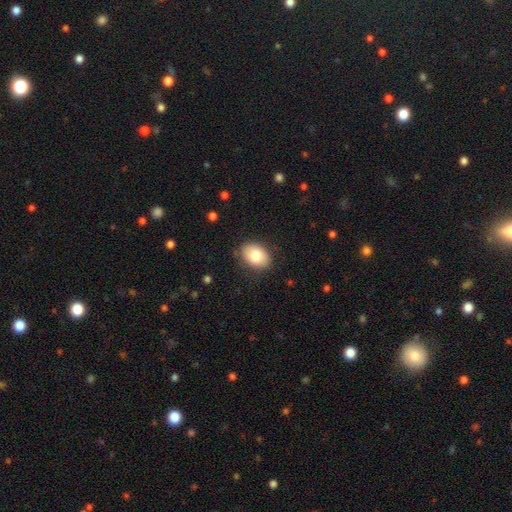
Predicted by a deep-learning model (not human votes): smooth-or-featured: smooth: 79% | featured or disk: 13% | star or artifact: 8%
  how-rounded: in between: 76% | round: 23% | cigar-shaped: 1%
  merging: none: 84% | minor disturbance: 12% | major disturbance: 3% | merger: 1%